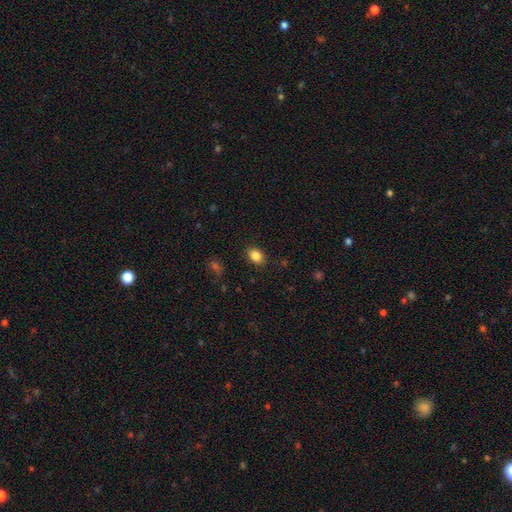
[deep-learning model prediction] This appears to be a smooth galaxy with no disk features (85%) that is in between round and cigar-shaped (74%). Merging: none (86%).